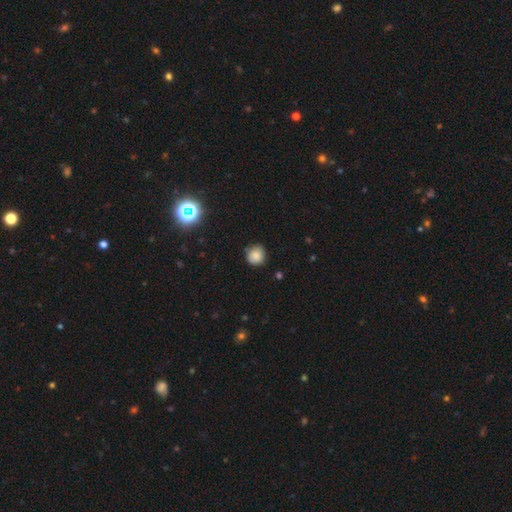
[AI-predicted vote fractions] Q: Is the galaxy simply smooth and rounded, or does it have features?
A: smooth — 80%.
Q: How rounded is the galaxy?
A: round — 88%.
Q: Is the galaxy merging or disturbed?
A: none — 79%.